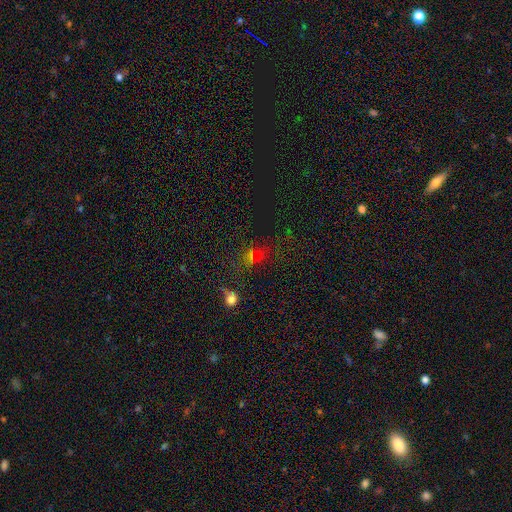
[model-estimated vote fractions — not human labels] Q: Smooth or featured?
A: smooth (48%); runner-up: star or artifact (38%)
Q: Merging?
A: none (49%); runner-up: merger (20%)